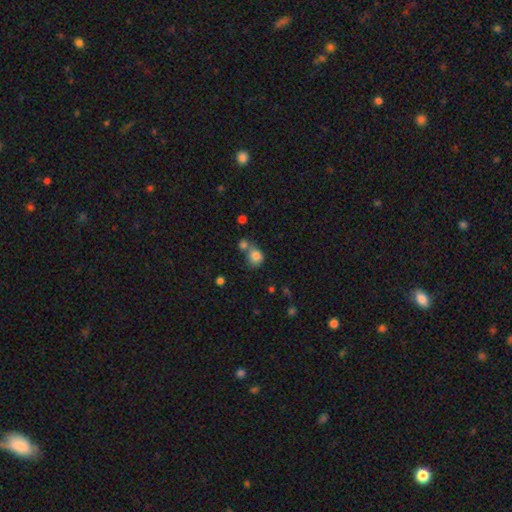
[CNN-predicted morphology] This is clearly a smooth galaxy (81%). How rounded: likely round (73%). Merging: marginally none (43%).